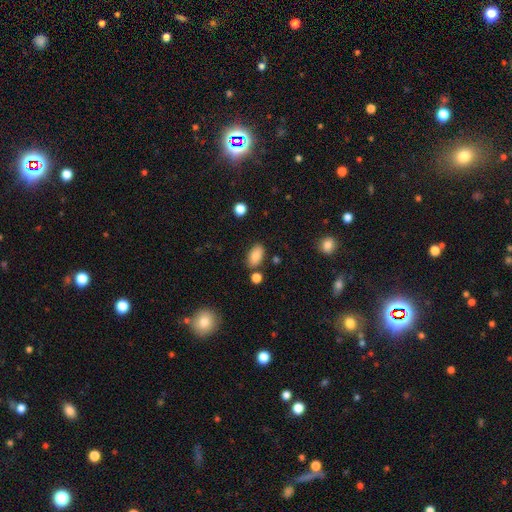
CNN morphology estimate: Smooth or featured? Predicted: smooth (p=0.85). How rounded? Predicted: in between (p=0.92). Merging? Predicted: none (p=0.80).